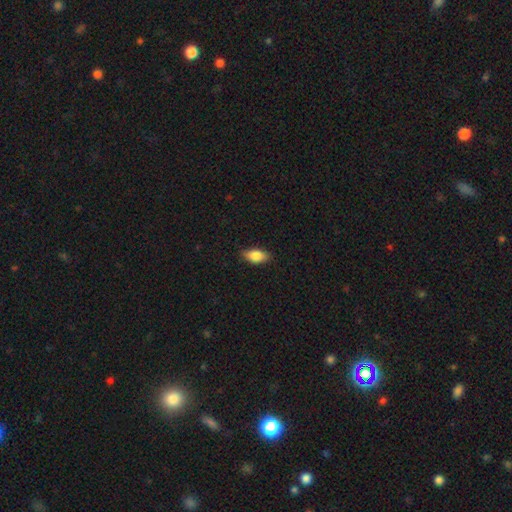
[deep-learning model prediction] Smooth or featured? Predicted: smooth (p=0.84). How rounded? Predicted: in between (p=0.89). Merging? Predicted: none (p=0.81).